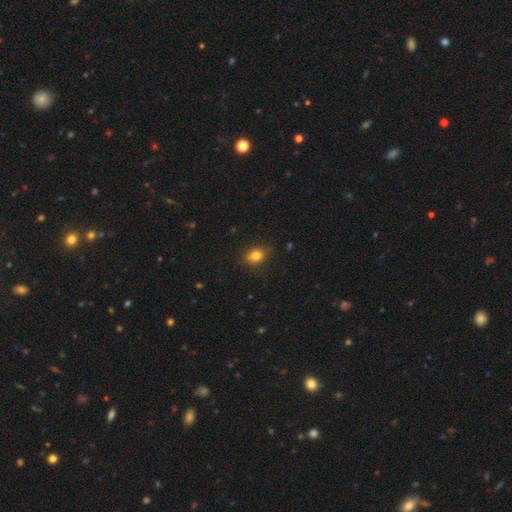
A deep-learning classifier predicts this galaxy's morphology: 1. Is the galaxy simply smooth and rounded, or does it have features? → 81% smooth, 11% star or artifact, 8% featured or disk.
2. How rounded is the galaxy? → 63% in between, 35% round, 2% cigar-shaped.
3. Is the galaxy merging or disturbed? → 82% none, 14% minor disturbance, 3% major disturbance, 1% merger.